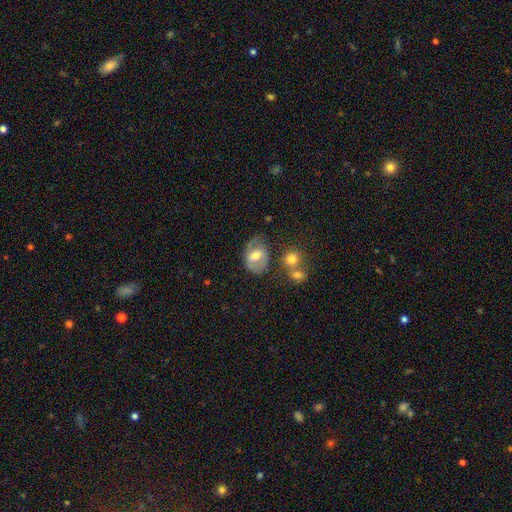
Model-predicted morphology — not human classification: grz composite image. It shows a smooth galaxy with no disk features (53%) that is in between round and cigar-shaped (60%). Merging: none (46%).